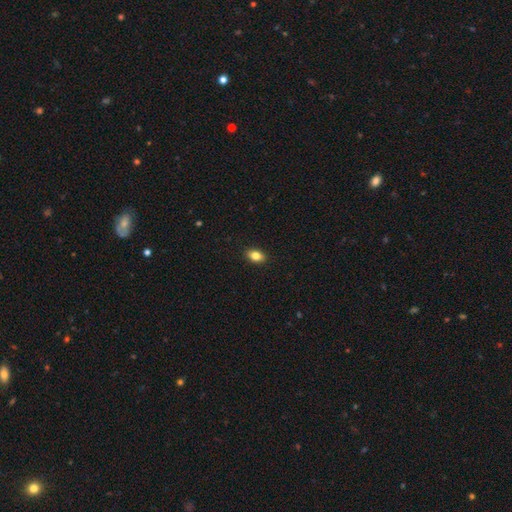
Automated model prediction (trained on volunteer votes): Q: Smooth or featured?
A: smooth (83%); runner-up: star or artifact (9%)
Q: How rounded?
A: in between (83%); runner-up: round (15%)
Q: Merging?
A: none (90%); runner-up: minor disturbance (7%)